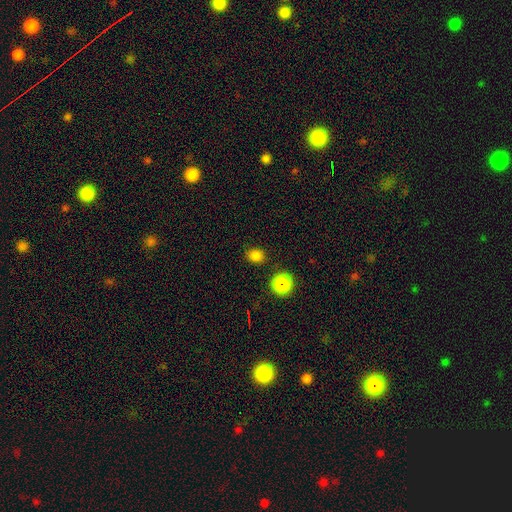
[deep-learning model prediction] This is likely a smooth galaxy (77%). How rounded: likely round (65%). Merging: clearly none (85%).